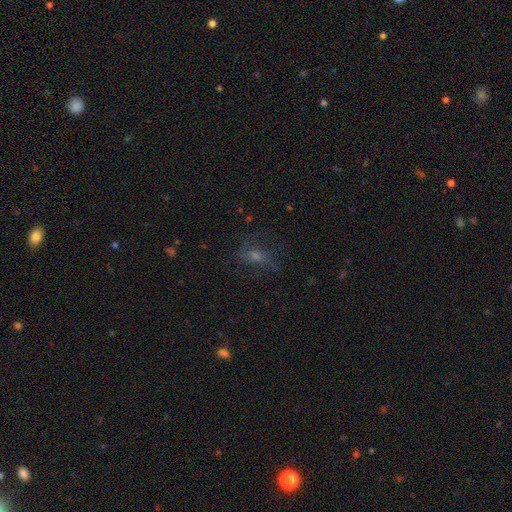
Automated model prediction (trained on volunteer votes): This is marginally a featured or disk galaxy (36%). Merging: likely none (64%).